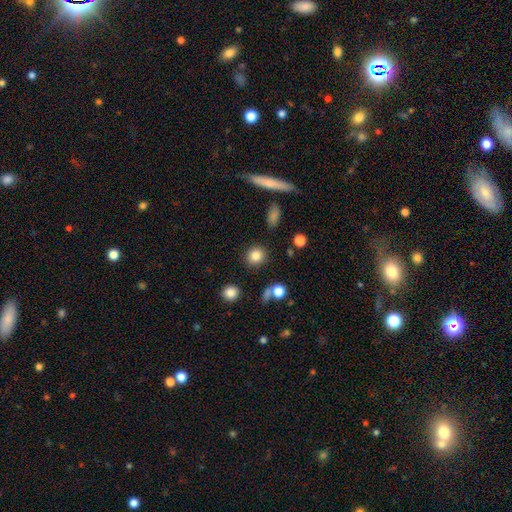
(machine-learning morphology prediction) The model was most divided on "smooth or featured": smooth: 83%, star or artifact: 10%, featured or disk: 7%. More confident: merging — none (87%); how rounded — round (86%).